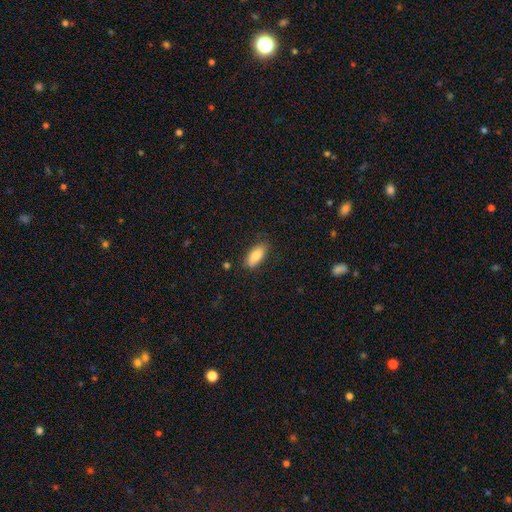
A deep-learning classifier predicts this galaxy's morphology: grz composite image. It shows a smooth galaxy with no disk features (82%) that is in between round and cigar-shaped (84%). Merging: none (79%).